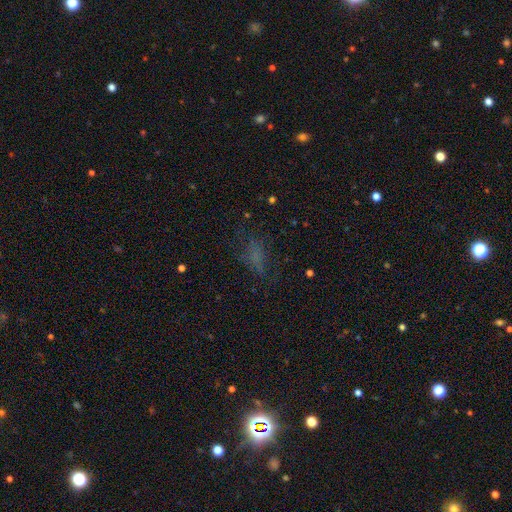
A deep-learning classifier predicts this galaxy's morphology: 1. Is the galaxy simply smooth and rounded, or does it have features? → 53% smooth, 27% star or artifact, 20% featured or disk.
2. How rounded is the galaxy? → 71% in between, 19% cigar-shaped, 10% round.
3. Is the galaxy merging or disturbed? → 54% none, 23% major disturbance, 21% minor disturbance, 2% merger.